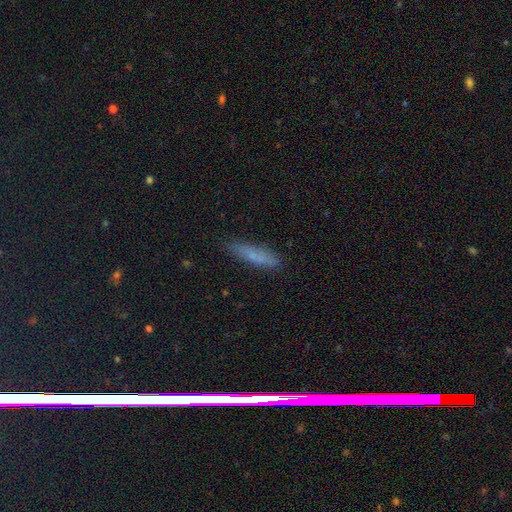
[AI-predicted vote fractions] This appears to be a smooth galaxy with no disk features (72%) that is cigar-shaped (84%). Merging: none (84%).